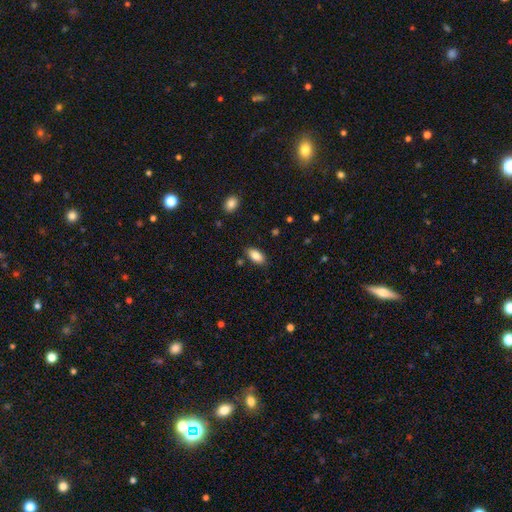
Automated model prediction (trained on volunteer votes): A smooth galaxy with no disk features (86%) that is in between round and cigar-shaped (92%). Merging: none (83%).